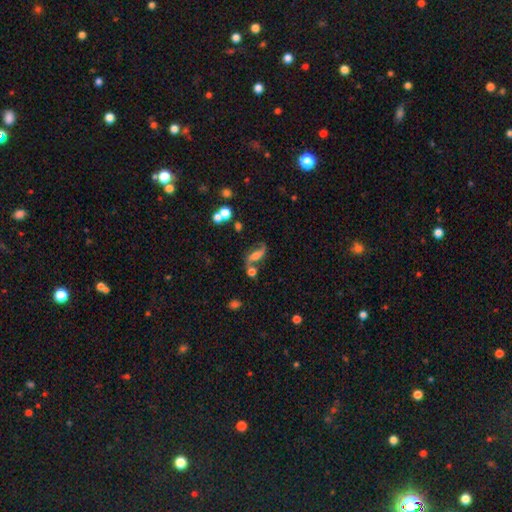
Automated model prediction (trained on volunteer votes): This is likely a featured or disk galaxy (74%). It is clearly not viewed edge-on (92%). Bar: marginally no (41%). Spiral arm pattern: clearly yes (92%). Spiral arm count: clearly 2 (91%). Spiral winding: likely loose (79%). Central bulge: marginally moderate (36%). Merging: possibly none (57%).